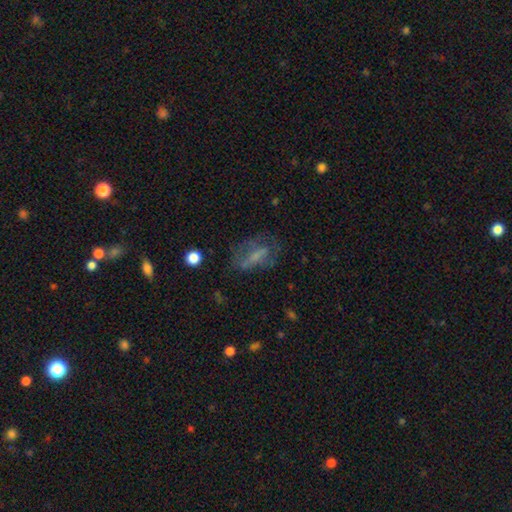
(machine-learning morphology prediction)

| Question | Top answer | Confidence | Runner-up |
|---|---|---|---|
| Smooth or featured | smooth | 47% | featured or disk (40%) |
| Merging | none | 50% | major disturbance (26%) |